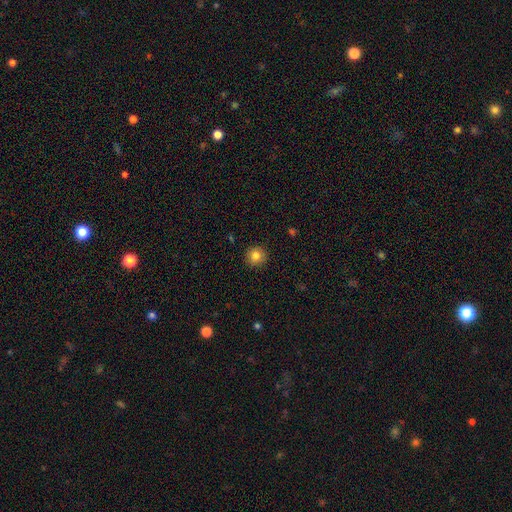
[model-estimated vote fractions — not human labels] smooth 83%, star or artifact 11%, featured or disk 7%. Down the decision tree: how rounded — round (94%); merging — none (92%).